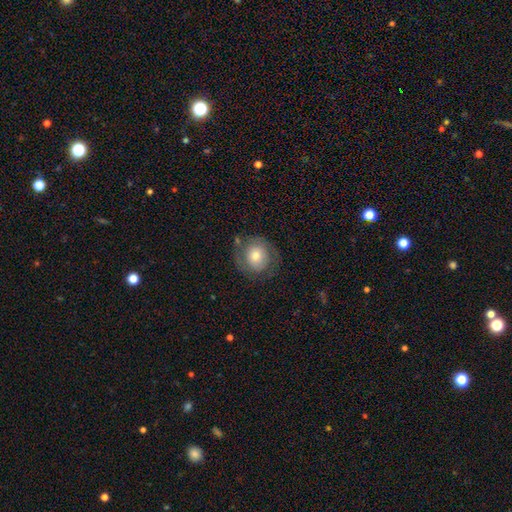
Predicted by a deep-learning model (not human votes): The model was most divided on "smooth or featured": smooth: 58%, featured or disk: 34%, star or artifact: 8%. More confident: how rounded — round (85%); merging — none (72%).